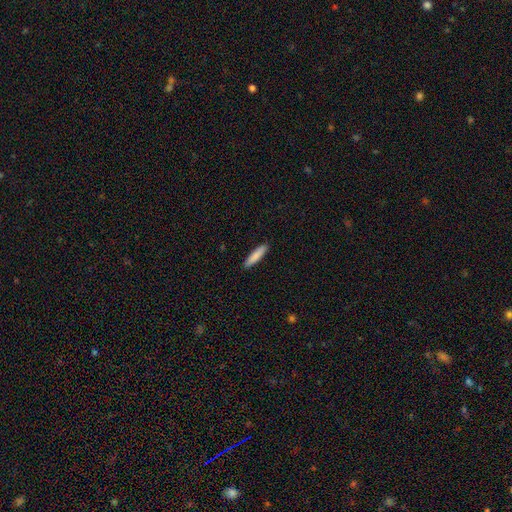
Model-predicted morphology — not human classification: This is clearly a smooth galaxy (85%). How rounded: clearly cigar-shaped (84%). Merging: clearly none (91%).